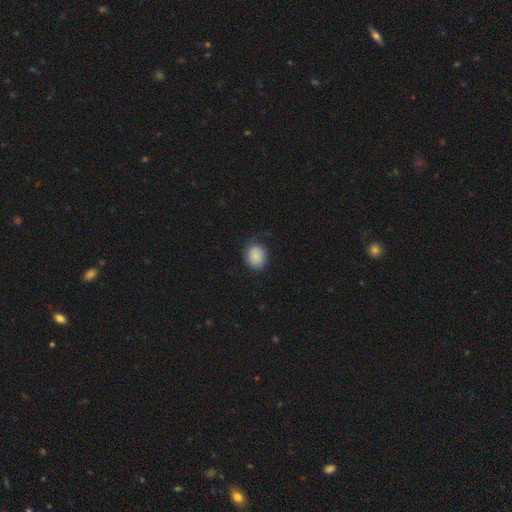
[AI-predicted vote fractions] This appears to be a smooth galaxy with no disk features (85%) that is round (69%). Merging: none (68%).